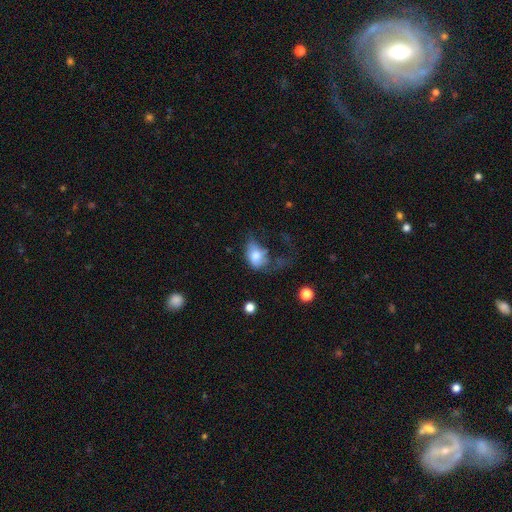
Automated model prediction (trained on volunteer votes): smooth_or_featured: smooth (p=0.71) [alt: featured or disk p=0.20]
how_rounded: in between (p=0.74) [alt: round p=0.25]
merging: major disturbance (p=0.49) [alt: minor disturbance p=0.24]